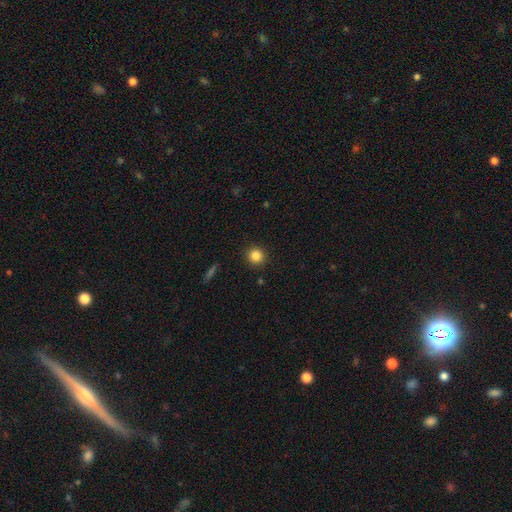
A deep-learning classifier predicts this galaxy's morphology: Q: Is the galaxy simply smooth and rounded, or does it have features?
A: smooth — 84%.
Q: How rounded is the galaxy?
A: round — 93%.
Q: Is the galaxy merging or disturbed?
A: none — 91%.